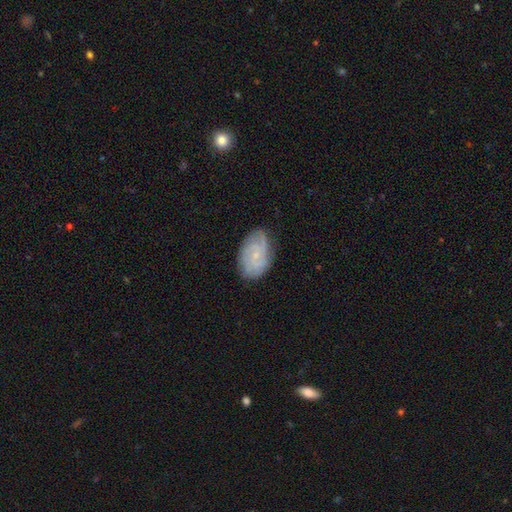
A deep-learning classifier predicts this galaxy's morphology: smooth-or-featured: featured or disk: 75% | smooth: 18% | star or artifact: 7%
  disk-edge-on: no: 97% | yes: 3%
    bar: no: 68% | weak: 28% | strong: 4%
    has-spiral-arms: yes: 95% | no: 5%
      spiral-winding: tight: 58% | medium: 33% | loose: 9%
      spiral-arm-count: can't tell: 29% | 3: 25% | 2: 23% | 4: 12% | more than 4: 5% | 1: 5%
    bulge-size: small: 78% | moderate: 15% | none: 5% | large: 1% | dominant: 1%
  merging: none: 78% | minor disturbance: 17% | major disturbance: 4% | merger: 1%